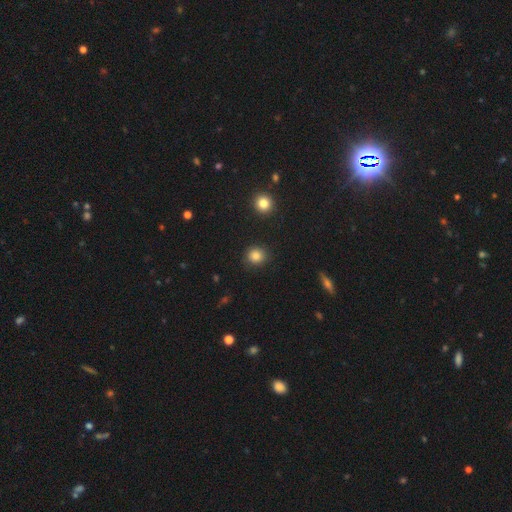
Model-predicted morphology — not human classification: Smooth or featured: smooth — 84% (star or artifact — 11%)
How rounded: round — 86% (in between — 13%)
Merging: none — 88% (minor disturbance — 8%)